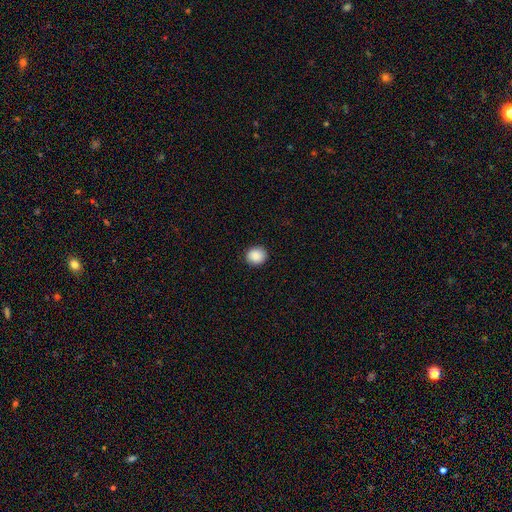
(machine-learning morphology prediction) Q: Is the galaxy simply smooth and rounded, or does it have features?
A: smooth — 89%.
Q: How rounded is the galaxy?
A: round — 79%.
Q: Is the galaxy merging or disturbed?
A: none — 91%.